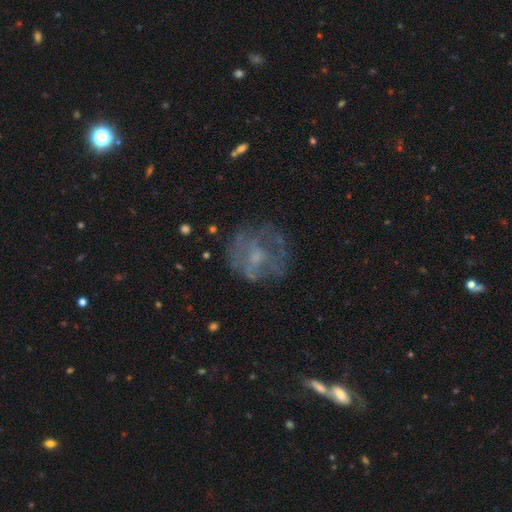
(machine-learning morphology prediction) Smooth or featured?
  - featured or disk: 56% *
  - smooth: 29%
  - star or artifact: 15%
Edge-on disk?
  - no: 97% *
  - yes: 3%
Bar?
  - no: 66% *
  - weak: 28%
  - strong: 6%
Spiral arms?
  - no: 68% *
  - yes: 32%
Bulge size?
  - small: 41% *
  - moderate: 33%
  - none: 22%
  - large: 3%
  - dominant: 1%
Merging?
  - none: 65% *
  - minor disturbance: 17%
  - major disturbance: 16%
  - merger: 2%